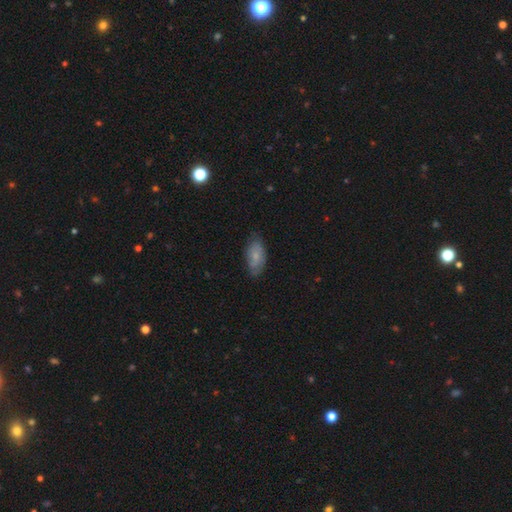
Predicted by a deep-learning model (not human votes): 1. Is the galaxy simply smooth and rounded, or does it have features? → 67% smooth, 26% featured or disk, 6% star or artifact.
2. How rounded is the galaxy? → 91% in between, 6% cigar-shaped, 3% round.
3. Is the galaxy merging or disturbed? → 70% none, 24% minor disturbance, 5% major disturbance, 1% merger.